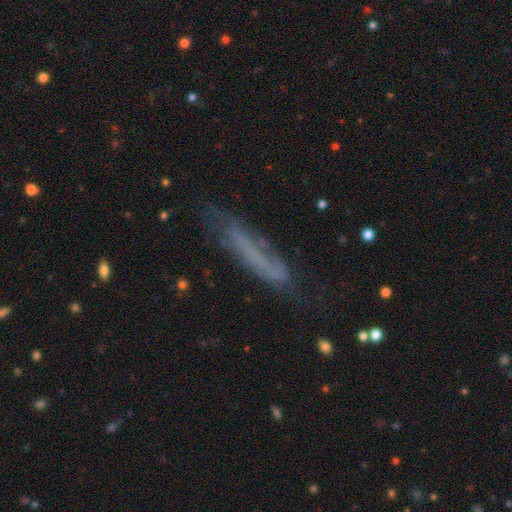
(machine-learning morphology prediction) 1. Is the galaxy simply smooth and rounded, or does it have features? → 49% smooth, 39% featured or disk, 12% star or artifact.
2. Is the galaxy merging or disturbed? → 59% none, 25% minor disturbance, 13% major disturbance, 3% merger.